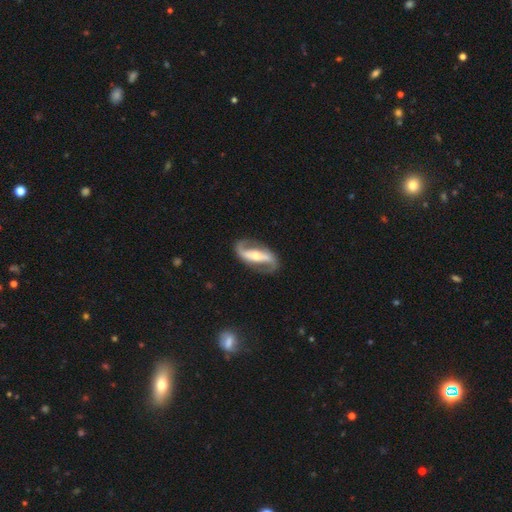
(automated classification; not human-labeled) This is clearly a featured or disk galaxy (89%). It is clearly not viewed edge-on (95%). Bar: possibly strong (57%). Spiral arm pattern: clearly yes (95%). Spiral arm count: clearly 2 (93%). Spiral winding: possibly loose (45%). Central bulge: possibly moderate (56%). Merging: clearly none (83%).